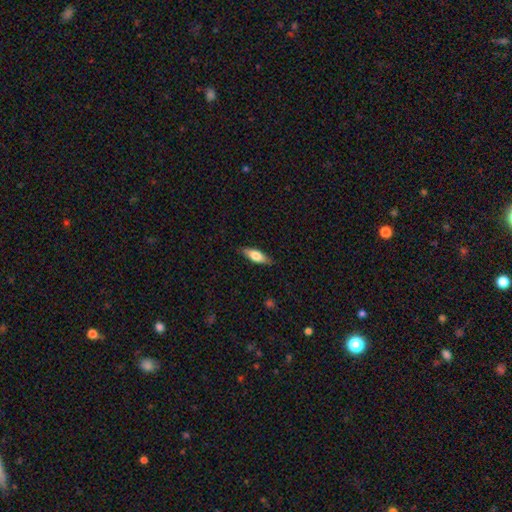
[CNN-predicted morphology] A smooth galaxy with no disk features (71%) that is in between round and cigar-shaped (67%). Merging: none (84%).